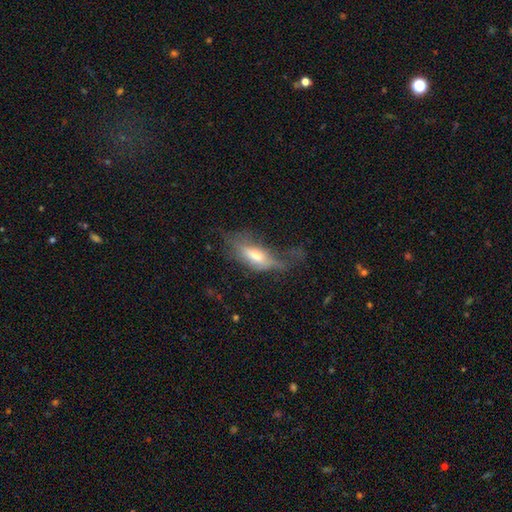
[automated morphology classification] The model was most divided on "smooth or featured": smooth: 50%, featured or disk: 41%, star or artifact: 9%. Remaining: how rounded — in between (72%); merging — major disturbance (41%).